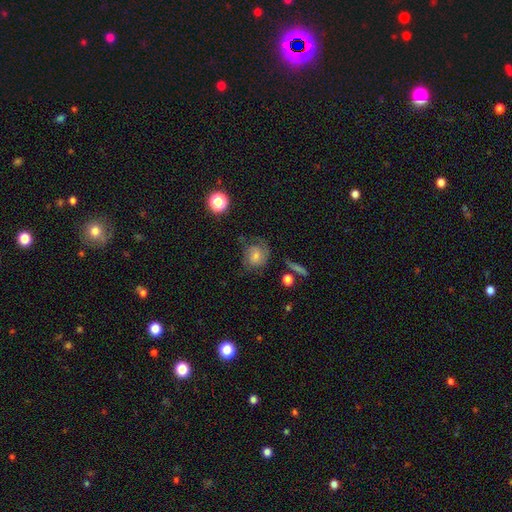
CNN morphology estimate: Smooth or featured? featured or disk (55%)
Edge-on disk? no (96%)
Bar? no (69%)
Spiral arms? yes (86%)
Bulge size? small (46%)
Merging? none (59%)